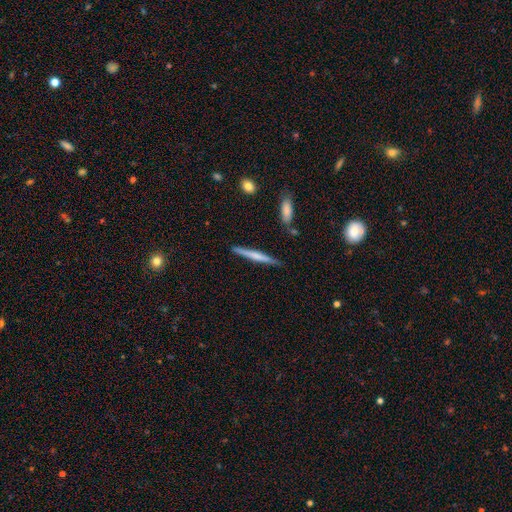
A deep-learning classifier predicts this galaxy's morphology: The model was most divided on "smooth or featured": smooth: 51%, featured or disk: 44%, star or artifact: 6%. More confident: how rounded — cigar-shaped (95%); merging — none (86%).